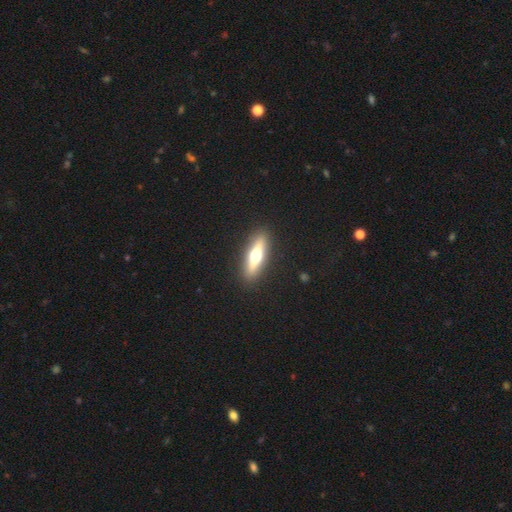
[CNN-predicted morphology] smooth-or-featured: featured or disk: 55% | smooth: 38% | star or artifact: 7%
  disk-edge-on: yes: 90% | no: 10%
  merging: none: 90% | minor disturbance: 7% | major disturbance: 2% | merger: 1%